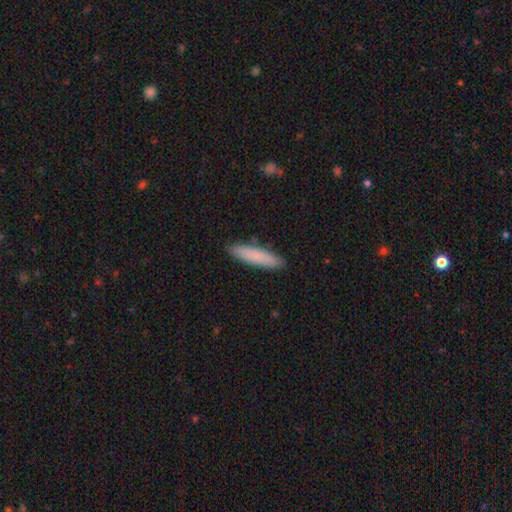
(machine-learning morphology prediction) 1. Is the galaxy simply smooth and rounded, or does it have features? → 84% smooth, 10% featured or disk, 6% star or artifact.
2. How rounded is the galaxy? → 83% cigar-shaped, 16% in between, 1% round.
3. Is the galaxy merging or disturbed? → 90% none, 8% minor disturbance, 2% major disturbance, 1% merger.